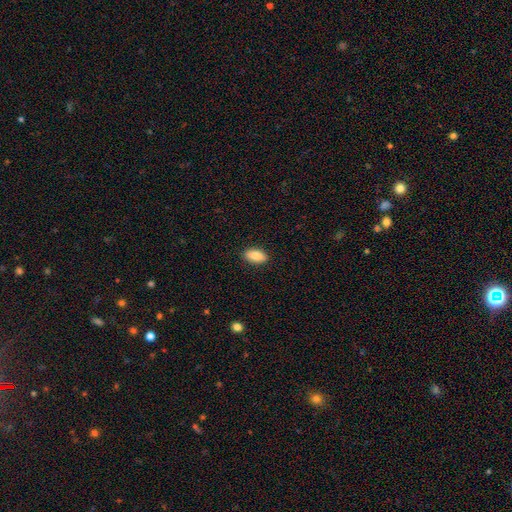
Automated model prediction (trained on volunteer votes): This appears to be a smooth galaxy with no disk features (86%) that is in between round and cigar-shaped (90%). Merging: none (89%).